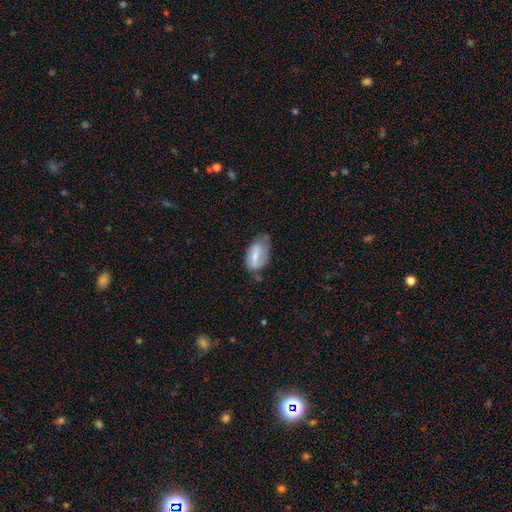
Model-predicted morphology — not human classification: A smooth galaxy with no disk features (62%) that is in between round and cigar-shaped (92%). Merging: minor disturbance (43%).